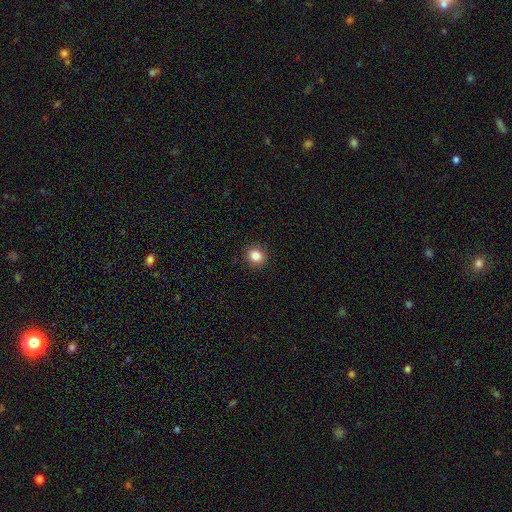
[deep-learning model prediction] This appears to be a smooth galaxy with no disk features (85%) that is round (85%). Merging: none (90%).